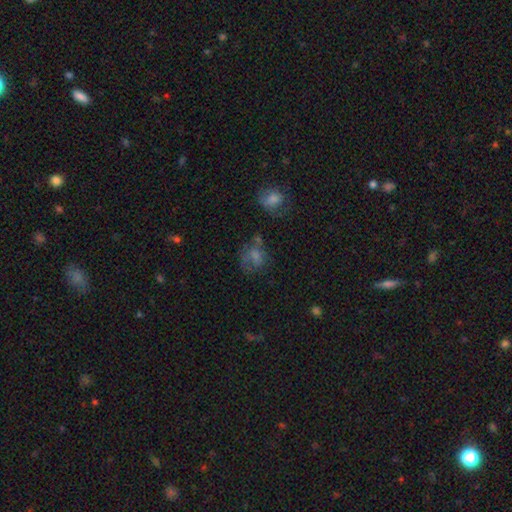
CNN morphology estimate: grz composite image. It shows a smooth galaxy with no disk features (50%) that is round (60%). Merging: none (49%).